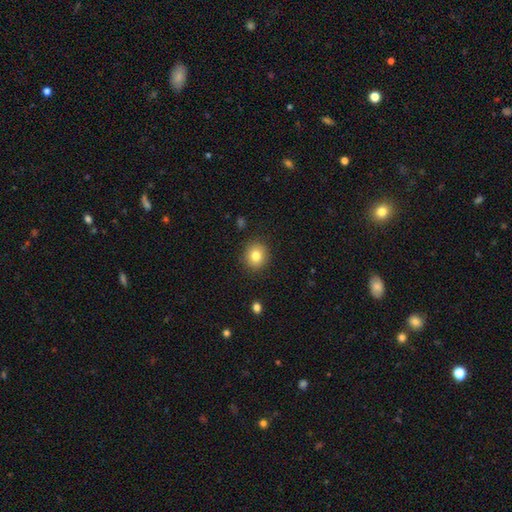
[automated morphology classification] Q: Smooth or featured?
A: smooth (81%); runner-up: star or artifact (10%)
Q: How rounded?
A: round (83%); runner-up: in between (16%)
Q: Merging?
A: none (89%); runner-up: minor disturbance (7%)